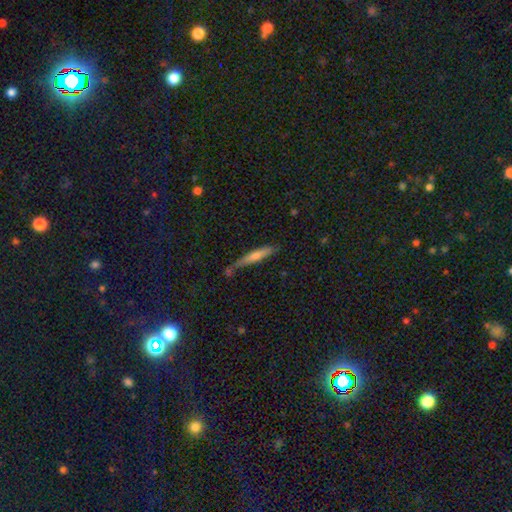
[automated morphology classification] smooth_or_featured: smooth (p=0.58) [alt: featured or disk p=0.33]
how_rounded: cigar-shaped (p=0.91) [alt: in between p=0.07]
merging: none (p=0.68) [alt: minor disturbance p=0.18]